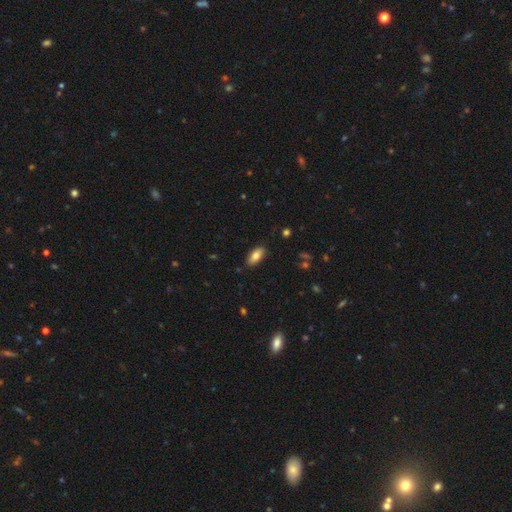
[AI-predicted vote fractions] A smooth galaxy with no disk features (80%) that is in between round and cigar-shaped (88%).

Vote fractions:
- Smooth or featured? smooth: 80% / featured or disk: 13% / star or artifact: 7%
- How rounded? in between: 88% / cigar-shaped: 10% / round: 2%
- Merging? none: 86% / minor disturbance: 10% / major disturbance: 2% / merger: 1%